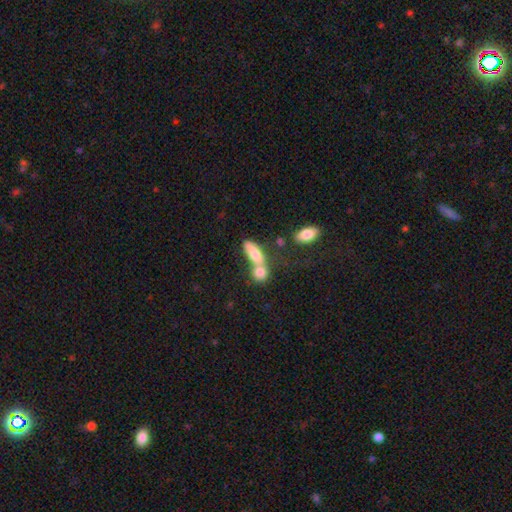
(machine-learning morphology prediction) Q: Smooth or featured?
A: smooth (74%); runner-up: featured or disk (18%)
Q: How rounded?
A: in between (66%); runner-up: cigar-shaped (27%)
Q: Merging?
A: merger (60%); runner-up: none (25%)